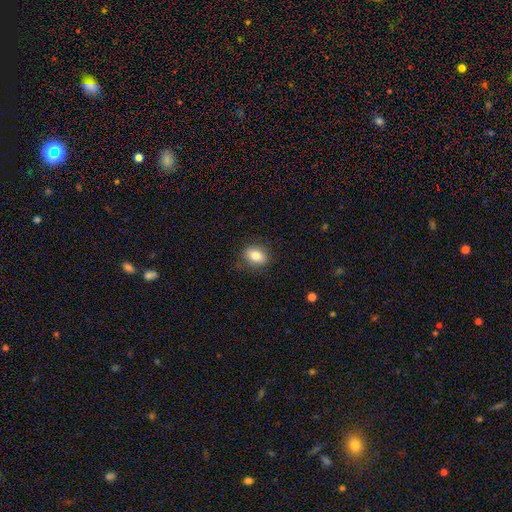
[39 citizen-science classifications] Smooth or featured? 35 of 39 (90%) said smooth. How rounded? 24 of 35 (69%) said in between. Merging? 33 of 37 (89%) said none.